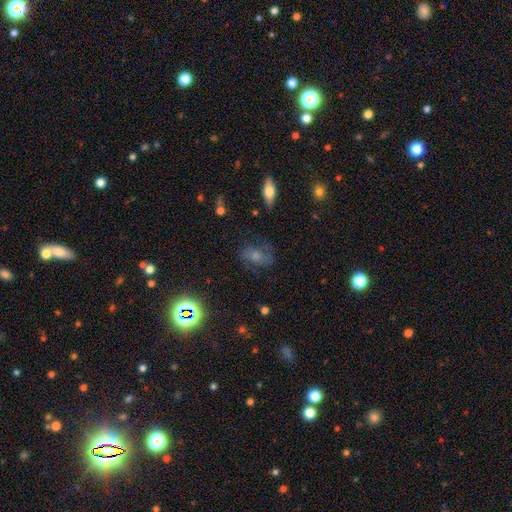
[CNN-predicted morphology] A featured or disk galaxy (45%). Merging: none (71%).